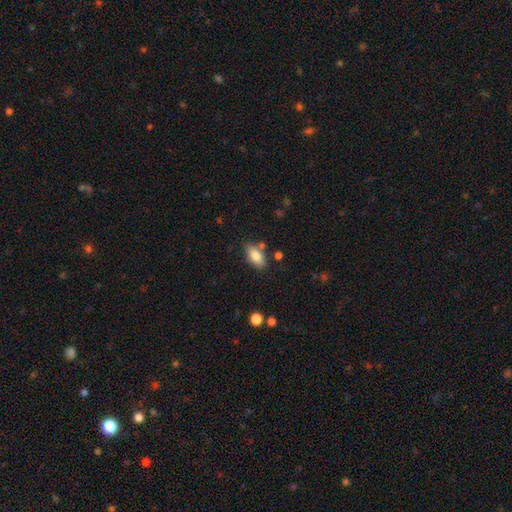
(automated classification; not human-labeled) Smooth or featured?
  - smooth: 81% *
  - featured or disk: 11%
  - star or artifact: 8%
How rounded?
  - in between: 90% *
  - cigar-shaped: 6%
  - round: 4%
Merging?
  - none: 75% *
  - minor disturbance: 14%
  - merger: 7%
  - major disturbance: 3%